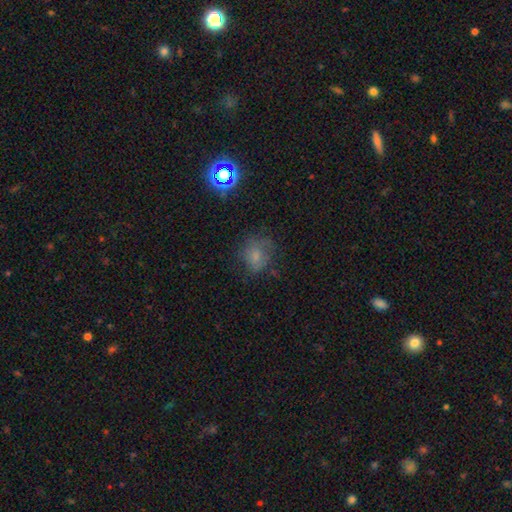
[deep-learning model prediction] Smooth or featured? smooth (63%)
How rounded? round (67%)
Merging? none (59%)